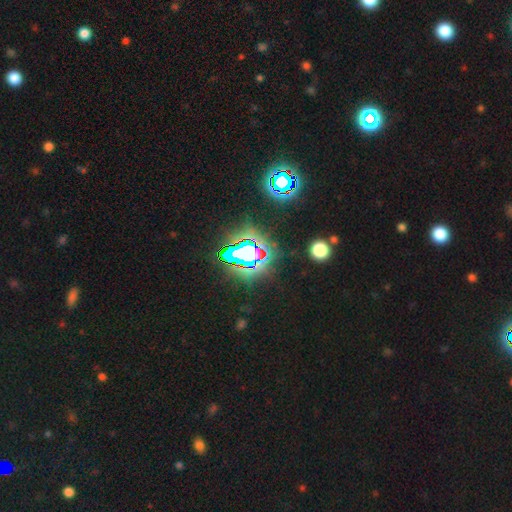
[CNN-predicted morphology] A star or artifact, not a galaxy (81%).